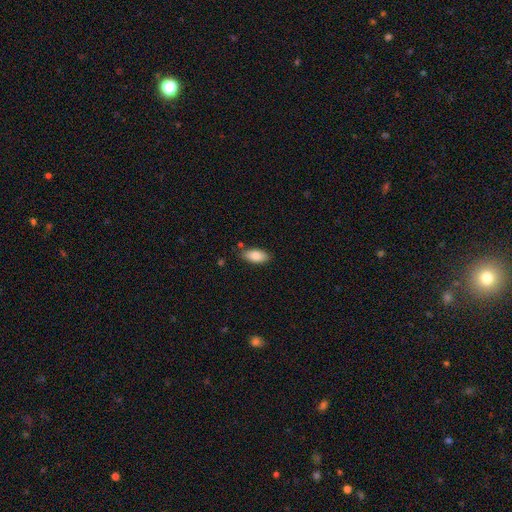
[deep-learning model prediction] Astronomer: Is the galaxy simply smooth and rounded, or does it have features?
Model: smooth — 84%.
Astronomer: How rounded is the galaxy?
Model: in between — 91%.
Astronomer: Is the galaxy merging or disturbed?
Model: none — 82%.